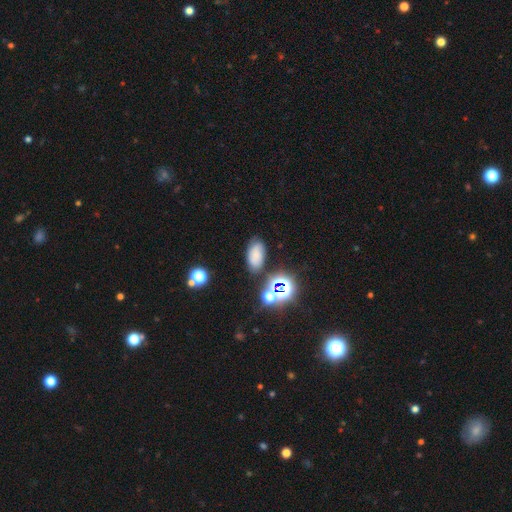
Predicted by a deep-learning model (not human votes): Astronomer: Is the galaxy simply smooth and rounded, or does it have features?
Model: smooth — 67%.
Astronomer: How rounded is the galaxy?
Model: in between — 90%.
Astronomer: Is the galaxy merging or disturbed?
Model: none — 75%.